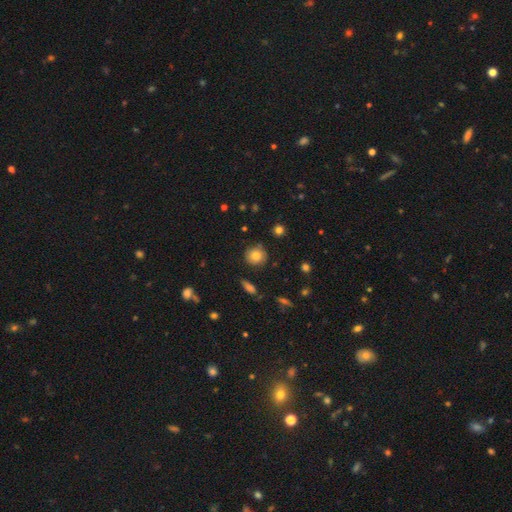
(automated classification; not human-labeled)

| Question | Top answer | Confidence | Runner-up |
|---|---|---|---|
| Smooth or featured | smooth | 79% | star or artifact (11%) |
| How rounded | round | 88% | in between (11%) |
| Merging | none | 81% | minor disturbance (13%) |